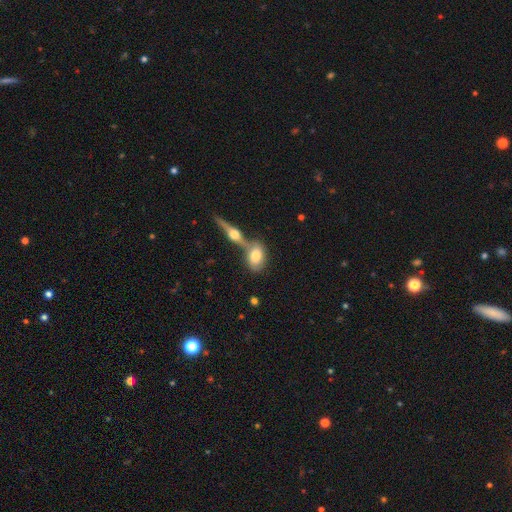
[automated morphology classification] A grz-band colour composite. It shows a smooth galaxy with no disk features (65%) that is in between round and cigar-shaped (82%). Merging: merger (42%, tied with none).